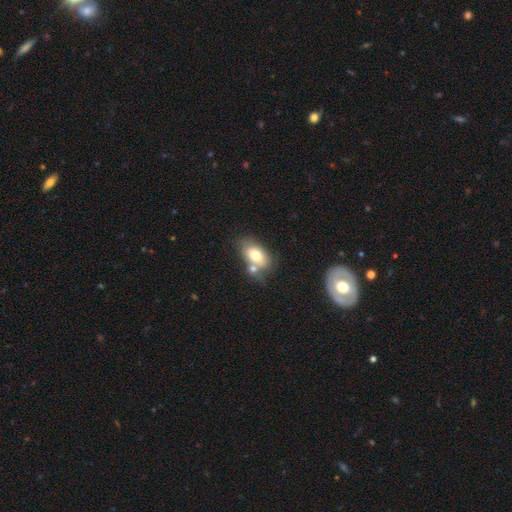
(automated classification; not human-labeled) Smooth or featured? Predicted: smooth (p=0.72). How rounded? Predicted: in between (p=0.88). Merging? Predicted: none (p=0.46).